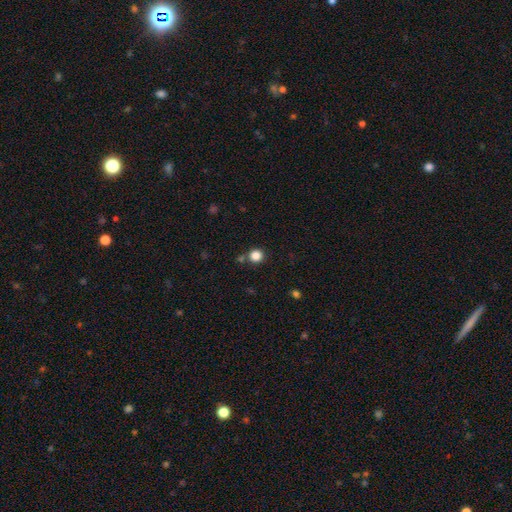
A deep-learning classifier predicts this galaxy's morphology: smooth-or-featured: smooth: 84% | star or artifact: 12% | featured or disk: 4%
  how-rounded: round: 90% | in between: 9% | cigar-shaped: 1%
  merging: none: 79% | merger: 9% | minor disturbance: 9% | major disturbance: 3%